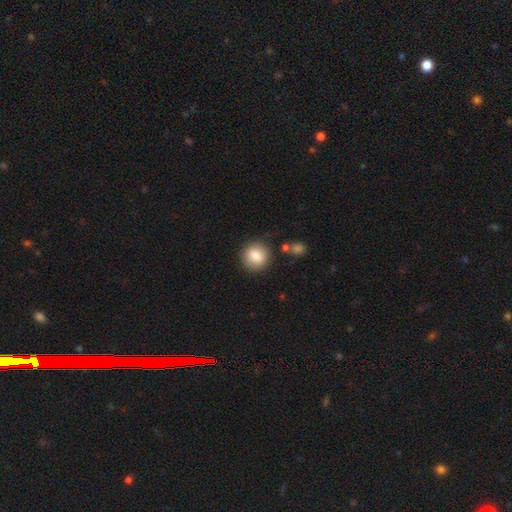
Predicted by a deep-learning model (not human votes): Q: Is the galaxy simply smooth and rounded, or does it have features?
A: smooth — 82%.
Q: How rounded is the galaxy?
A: round — 88%.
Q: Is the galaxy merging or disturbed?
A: none — 86%.